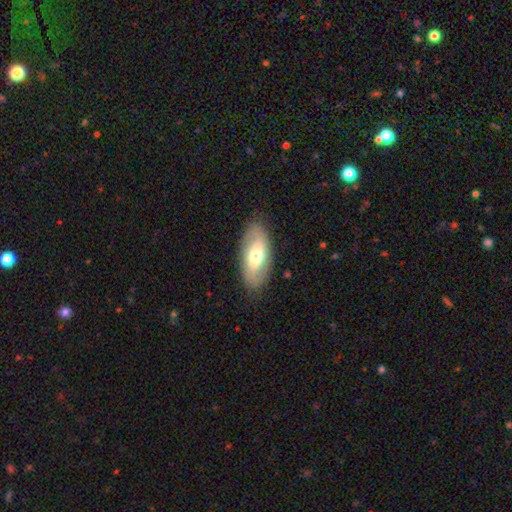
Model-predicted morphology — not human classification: smooth_or_featured: smooth (p=0.55) [alt: featured or disk p=0.39]
how_rounded: in between (p=0.89) [alt: cigar-shaped p=0.07]
merging: none (p=0.84) [alt: minor disturbance p=0.12]